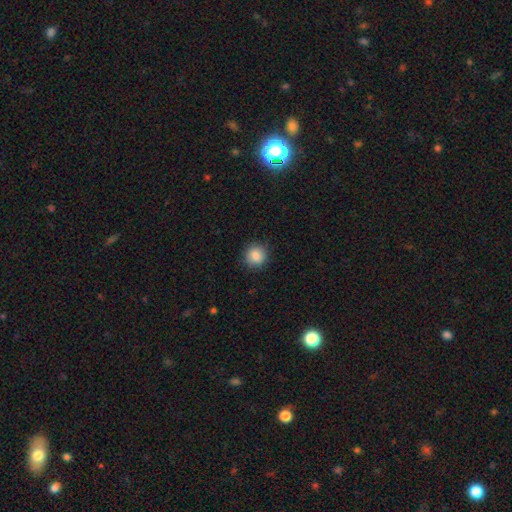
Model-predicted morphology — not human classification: A smooth galaxy with no disk features (86%) that is round (90%).

Vote fractions:
- Smooth or featured? smooth: 86% / star or artifact: 9% / featured or disk: 5%
- How rounded? round: 90% / in between: 9% / cigar-shaped: 1%
- Merging? none: 88% / minor disturbance: 9% / major disturbance: 2% / merger: 1%